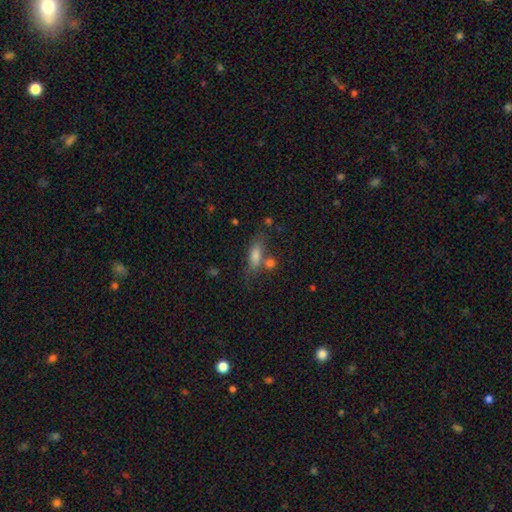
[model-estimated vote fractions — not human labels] smooth-or-featured: smooth: 69% | featured or disk: 20% | star or artifact: 11%
  how-rounded: in between: 53% | cigar-shaped: 42% | round: 4%
  merging: none: 61% | merger: 17% | minor disturbance: 16% | major disturbance: 6%